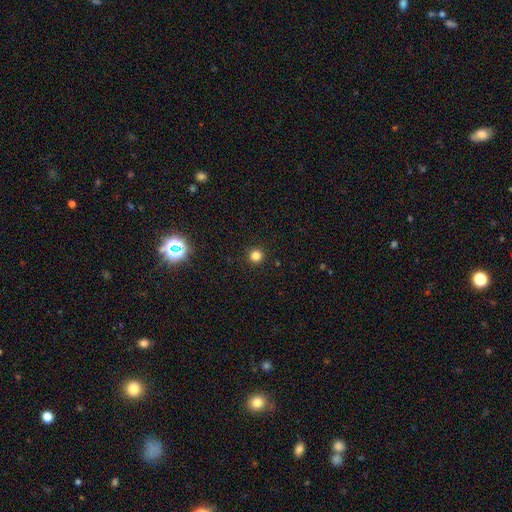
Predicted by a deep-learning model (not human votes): Smooth or featured? smooth (81%)
How rounded? round (96%)
Merging? none (93%)